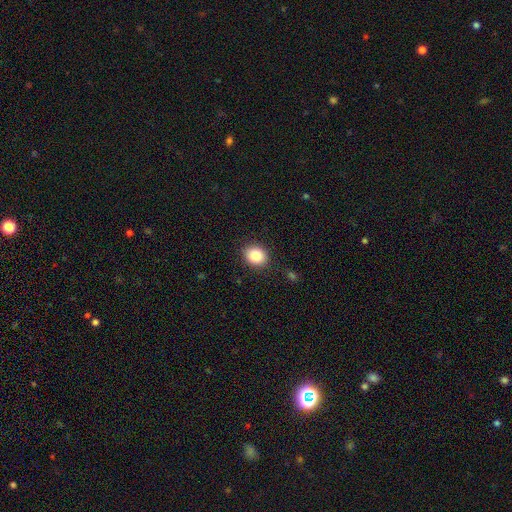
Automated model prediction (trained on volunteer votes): The model was most divided on "how rounded": round: 64%, in between: 36%, cigar-shaped: 1%. More confident: merging — none (87%); smooth or featured — smooth (85%).